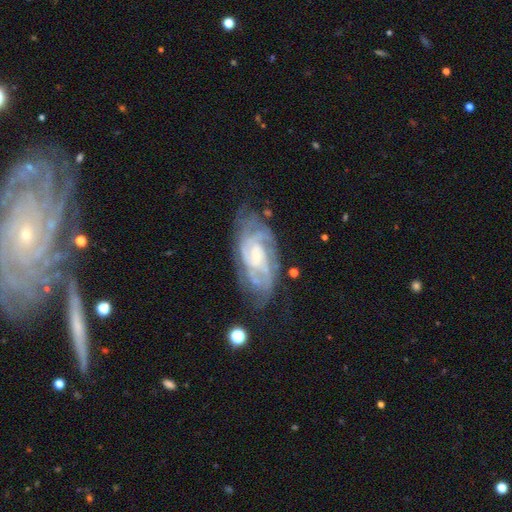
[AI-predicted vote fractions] Smooth or featured?
  - featured or disk: 85% *
  - smooth: 9%
  - star or artifact: 7%
Edge-on disk?
  - no: 95% *
  - yes: 5%
Bar?
  - no: 54% *
  - weak: 37%
  - strong: 9%
Spiral arms?
  - yes: 96% *
  - no: 4%
Spiral winding?
  - tight: 63% *
  - medium: 31%
  - loose: 6%
Spiral arm count?
  - can't tell: 33% *
  - 2: 25%
  - 3: 20%
  - 4: 13%
  - more than 4: 5%
  - 1: 5%
Bulge size?
  - small: 57% *
  - moderate: 29%
  - none: 9%
  - large: 3%
  - dominant: 1%
Merging?
  - none: 65% *
  - minor disturbance: 22%
  - major disturbance: 10%
  - merger: 3%